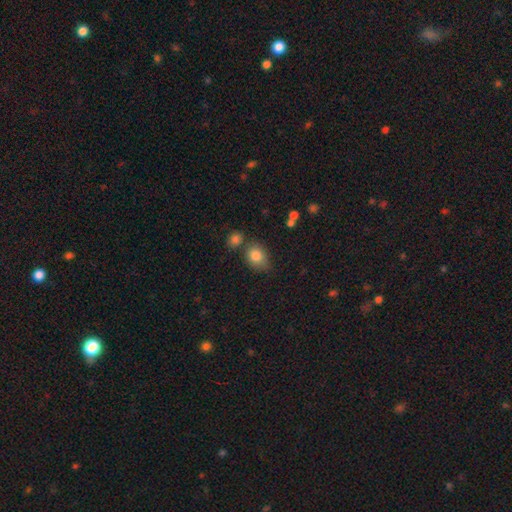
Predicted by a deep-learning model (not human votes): Smooth or featured? Predicted: smooth (p=0.83). How rounded? Predicted: in between (p=0.60). Merging? Predicted: none (p=0.59).